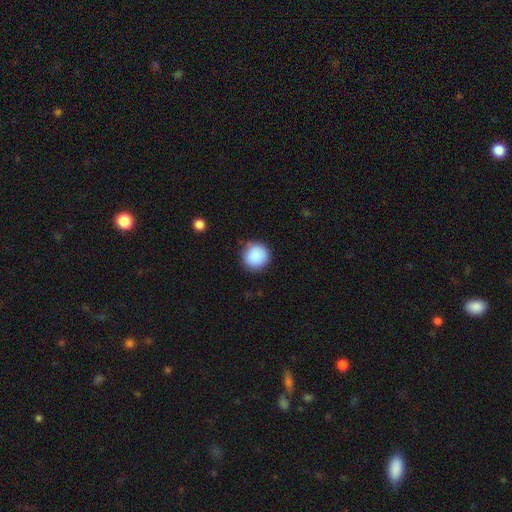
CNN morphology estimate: The model was most divided on "merging": none: 85%, minor disturbance: 10%, major disturbance: 3%, merger: 1%. More confident: how rounded — round (94%); smooth or featured — smooth (89%).